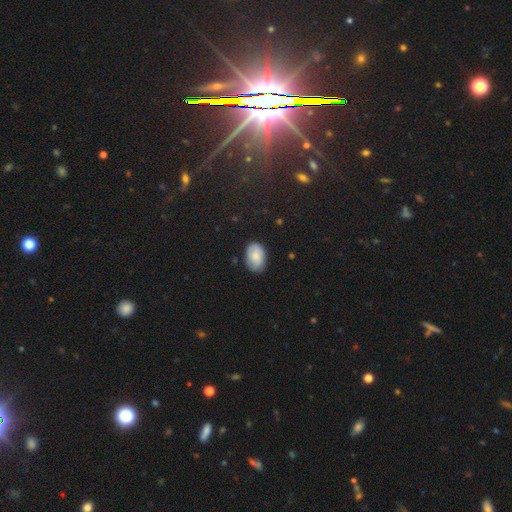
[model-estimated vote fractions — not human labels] smooth_or_featured: smooth (p=0.78) [alt: featured or disk p=0.14]
how_rounded: in between (p=0.88) [alt: round p=0.11]
merging: none (p=0.73) [alt: minor disturbance p=0.22]